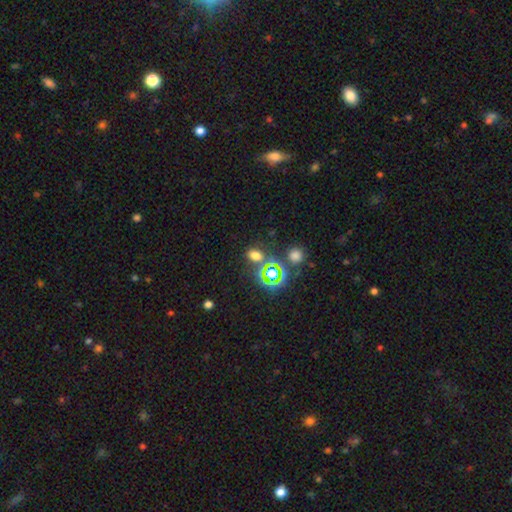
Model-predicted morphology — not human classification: smooth_or_featured: smooth (p=0.59) [alt: star or artifact p=0.34]
how_rounded: in between (p=0.68) [alt: round p=0.30]
merging: none (p=0.71) [alt: merger p=0.14]